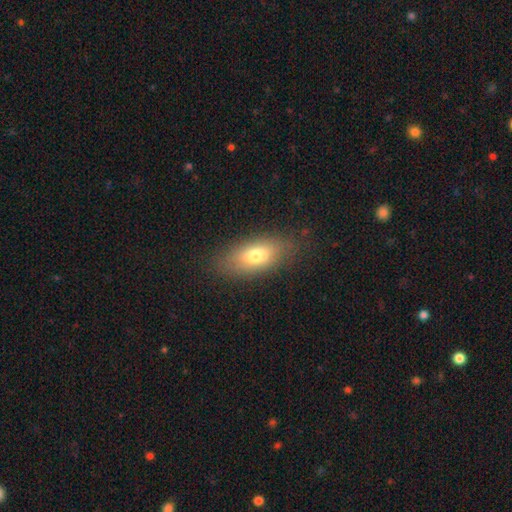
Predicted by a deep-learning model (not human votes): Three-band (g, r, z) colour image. It shows a smooth galaxy with no disk features (70%) that is in between round and cigar-shaped (83%). Merging: none (80%).